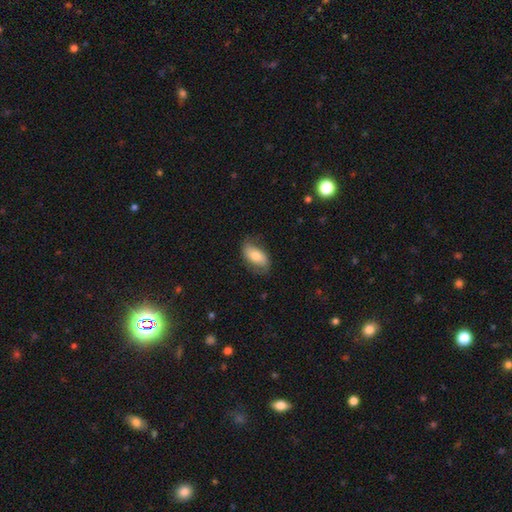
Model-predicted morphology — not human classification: smooth 66%, featured or disk 27%, star or artifact 7%. Down the decision tree: how rounded — in between (91%); merging — none (69%).